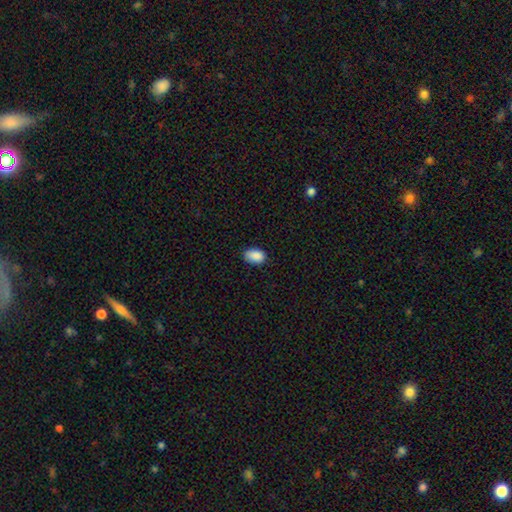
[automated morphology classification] smooth_or_featured: smooth (p=0.89) [alt: star or artifact p=0.08]
how_rounded: in between (p=0.89) [alt: round p=0.10]
merging: none (p=0.80) [alt: minor disturbance p=0.16]